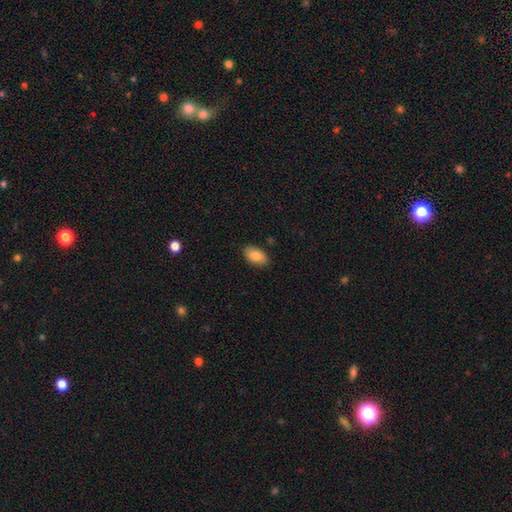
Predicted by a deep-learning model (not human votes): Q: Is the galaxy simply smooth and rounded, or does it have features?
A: smooth — 83%.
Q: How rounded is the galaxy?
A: in between — 93%.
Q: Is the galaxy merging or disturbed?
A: none — 87%.